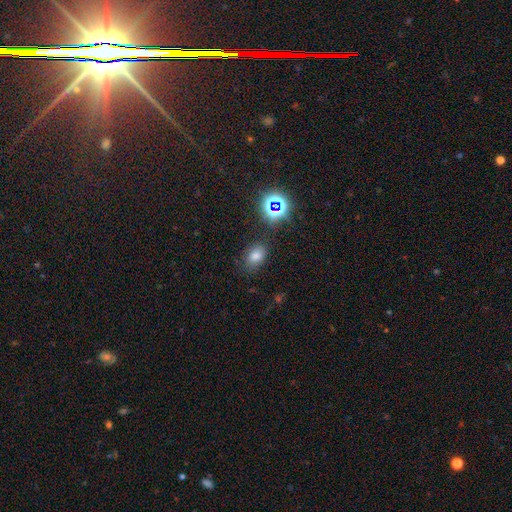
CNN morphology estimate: This is likely a smooth galaxy (71%). How rounded: likely in between (75%). Merging: likely none (78%).